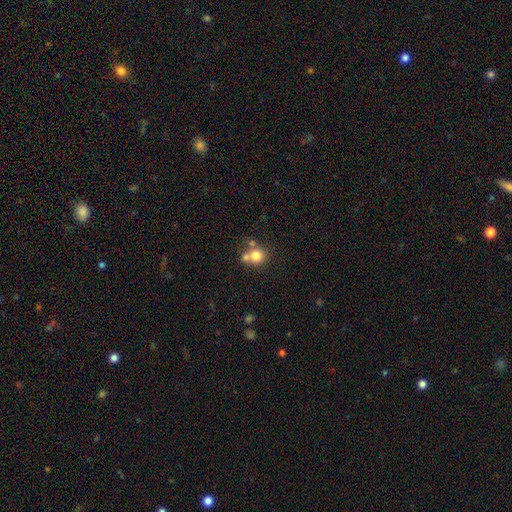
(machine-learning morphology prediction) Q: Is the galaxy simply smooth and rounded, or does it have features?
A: smooth — 76%.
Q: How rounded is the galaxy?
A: round — 85%.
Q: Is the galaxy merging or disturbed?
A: none — 48%.